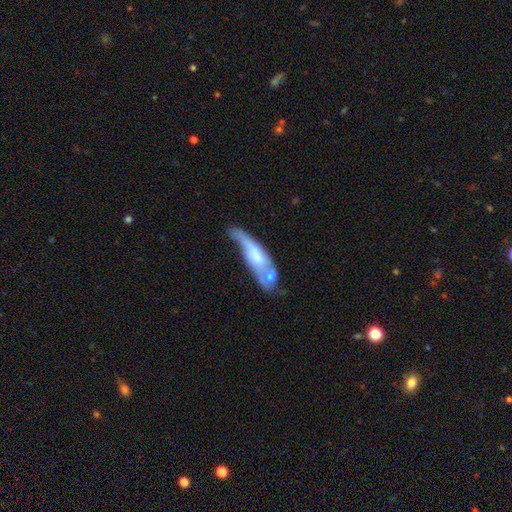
A featured or disk galaxy (50%) with no bar (76%), no spiral arms (82%) and a moderate central bulge (29%, tied with none).

Vote fractions:
- Smooth or featured? featured or disk: 50% / smooth: 47% / star or artifact: 3%
- Edge-on disk? no: 89% / yes: 11%
- Bar? no: 76% / weak: 24% / strong: 0%
- Spiral arms? no: 82% / yes: 18%
- Bulge size? moderate: 29% (tied) / none: 29% (tied) / large: 24% / small: 18% / dominant: 0%
- Merging? merger: 38% / major disturbance: 35% / minor disturbance: 19% / none: 8%